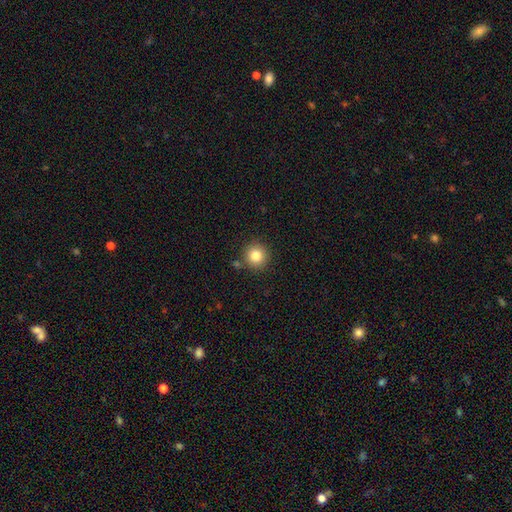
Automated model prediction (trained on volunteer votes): smooth-or-featured: smooth: 83% | star or artifact: 11% | featured or disk: 6%
  how-rounded: round: 95% | in between: 5% | cigar-shaped: 1%
  merging: none: 85% | minor disturbance: 8% | merger: 4% | major disturbance: 2%